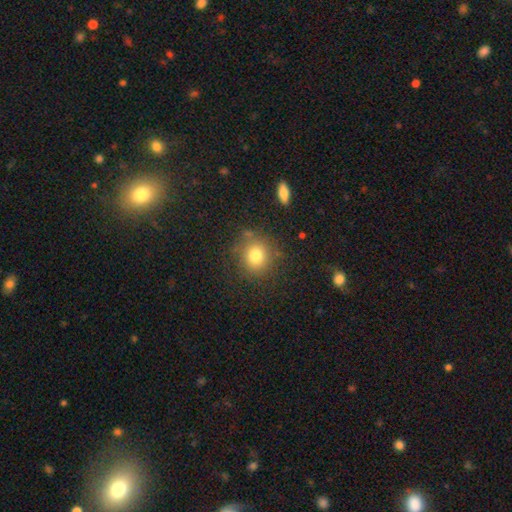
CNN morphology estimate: Overall: smooth (78%). How rounded: round (86%). Merging: none (81%).